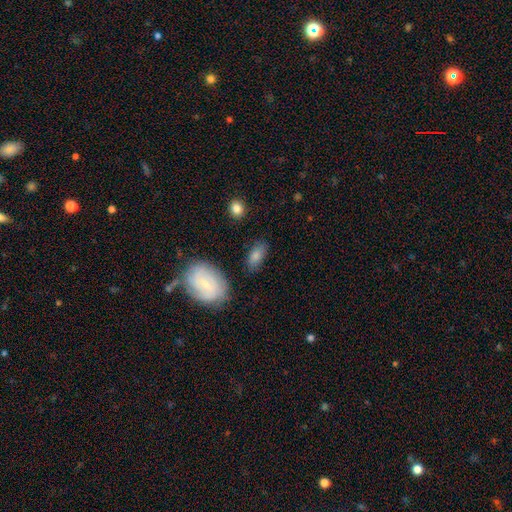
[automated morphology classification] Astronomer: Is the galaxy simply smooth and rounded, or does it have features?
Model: smooth — 79%.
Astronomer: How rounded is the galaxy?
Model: in between — 88%.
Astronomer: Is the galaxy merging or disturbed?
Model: none — 76%.